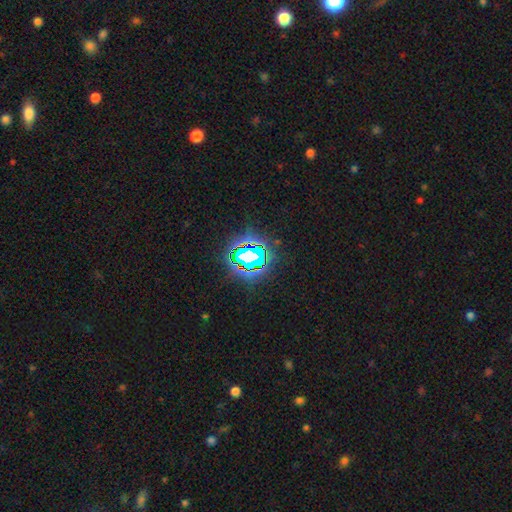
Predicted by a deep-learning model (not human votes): A star or artifact, not a galaxy (78%).

Vote fractions:
- Smooth or featured? star or artifact: 78% / smooth: 13% / featured or disk: 9%